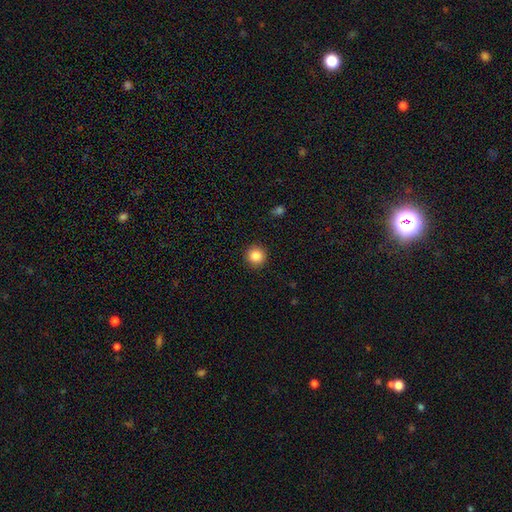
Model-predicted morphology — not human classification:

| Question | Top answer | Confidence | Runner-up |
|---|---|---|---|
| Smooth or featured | smooth | 86% | star or artifact (10%) |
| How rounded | round | 95% | in between (4%) |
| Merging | none | 92% | minor disturbance (5%) |